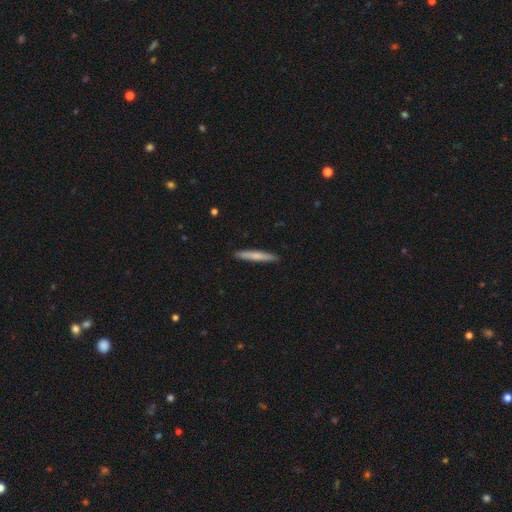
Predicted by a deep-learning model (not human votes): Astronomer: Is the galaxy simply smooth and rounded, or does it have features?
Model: smooth — 71%.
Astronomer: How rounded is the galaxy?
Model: cigar-shaped — 95%.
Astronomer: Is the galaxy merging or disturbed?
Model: none — 91%.